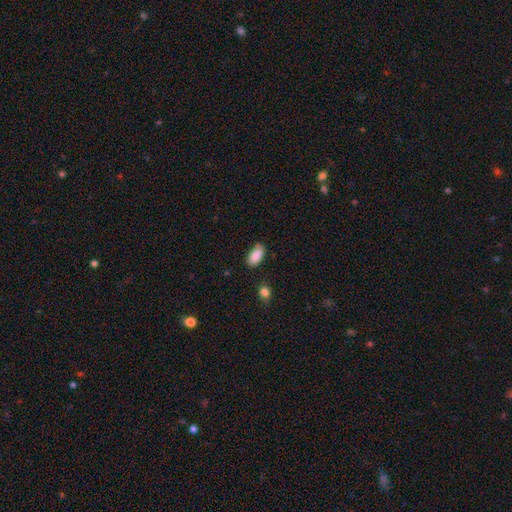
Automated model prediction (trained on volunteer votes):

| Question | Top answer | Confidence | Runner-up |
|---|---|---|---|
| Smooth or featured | smooth | 88% | star or artifact (7%) |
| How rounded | in between | 93% | cigar-shaped (5%) |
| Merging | none | 75% | minor disturbance (20%) |